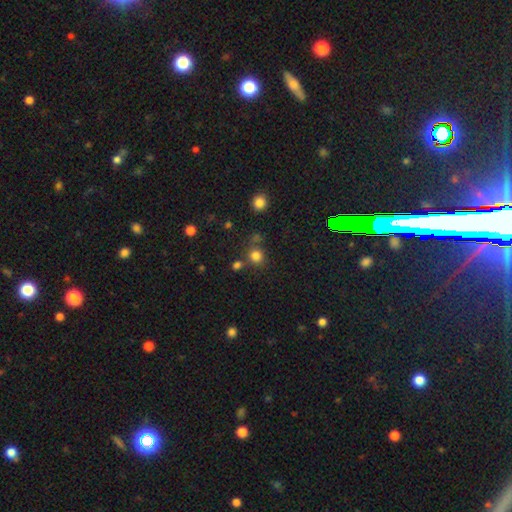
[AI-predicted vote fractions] smooth-or-featured: smooth: 79% | star or artifact: 15% | featured or disk: 5%
  how-rounded: round: 88% | in between: 11% | cigar-shaped: 1%
  merging: none: 73% | merger: 14% | minor disturbance: 10% | major disturbance: 4%